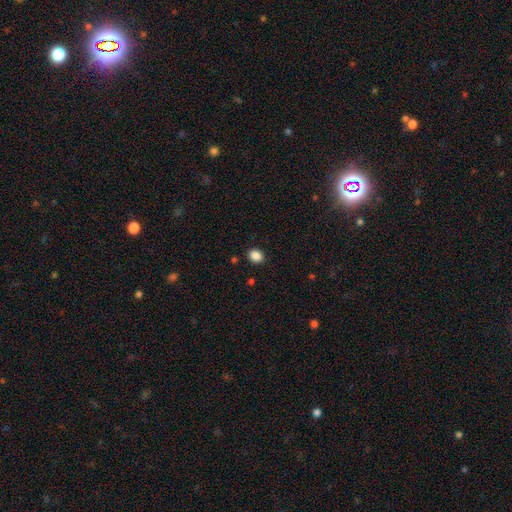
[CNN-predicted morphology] The model was most divided on "how rounded": in between: 51%, round: 49%, cigar-shaped: 1%. More confident: merging — none (90%); smooth or featured — smooth (88%).